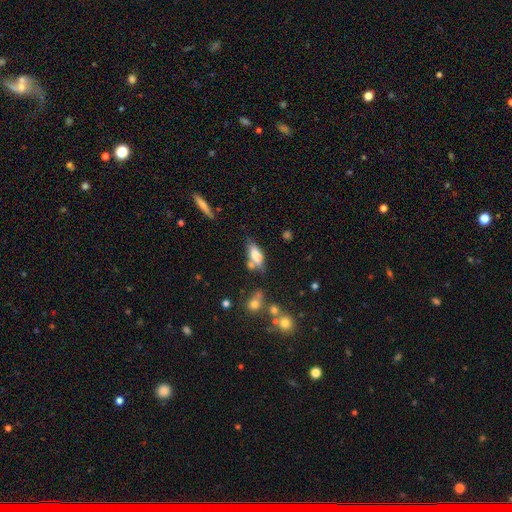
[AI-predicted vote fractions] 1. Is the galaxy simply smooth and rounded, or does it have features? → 70% smooth, 21% featured or disk, 9% star or artifact.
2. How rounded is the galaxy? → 76% in between, 21% cigar-shaped, 3% round.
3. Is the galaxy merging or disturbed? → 49% none, 21% merger, 21% minor disturbance, 8% major disturbance.